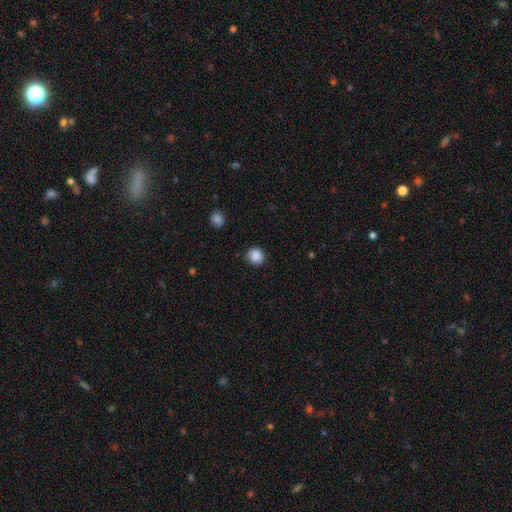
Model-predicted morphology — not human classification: This is clearly a smooth galaxy (88%). How rounded: clearly round (89%). Merging: clearly none (88%).